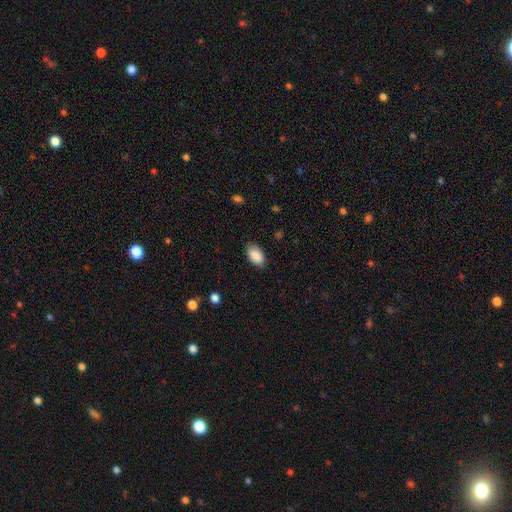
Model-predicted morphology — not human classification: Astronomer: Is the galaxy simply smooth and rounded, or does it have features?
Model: smooth — 89%.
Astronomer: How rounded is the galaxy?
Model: in between — 94%.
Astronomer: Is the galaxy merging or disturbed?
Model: none — 84%.